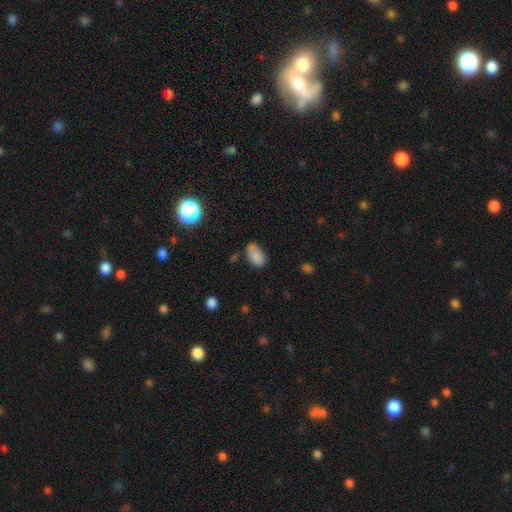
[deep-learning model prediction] Smooth or featured: smooth — 84% (star or artifact — 10%)
How rounded: in between — 92% (round — 6%)
Merging: none — 62% (minor disturbance — 26%)